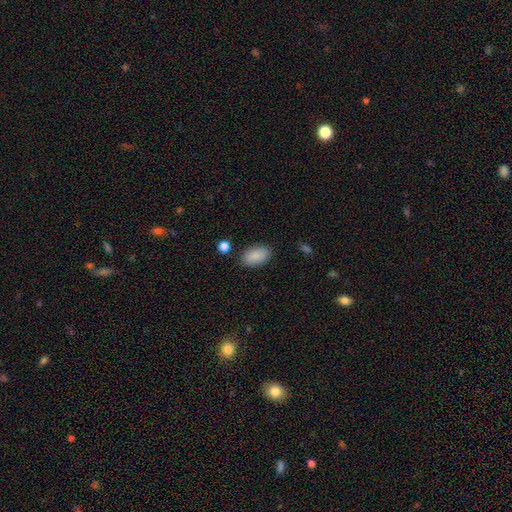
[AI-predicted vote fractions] Smooth or featured? smooth (89%)
How rounded? in between (93%)
Merging? none (85%)